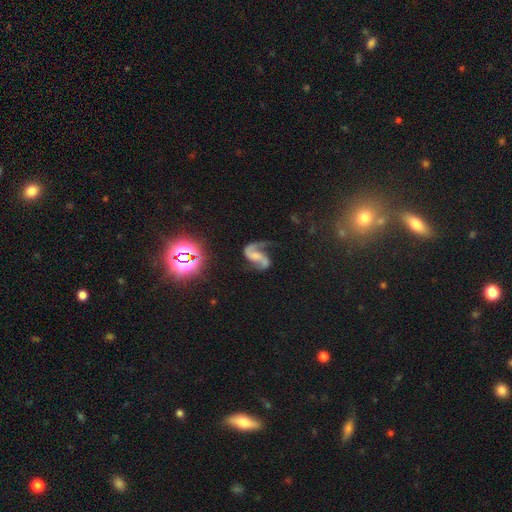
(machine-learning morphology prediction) This appears to be a featured or disk galaxy (85%) with no bar (42%), 2 (90%) loose (57%) spiral arms (97%) and no central bulge (45%). Merging: none (61%).